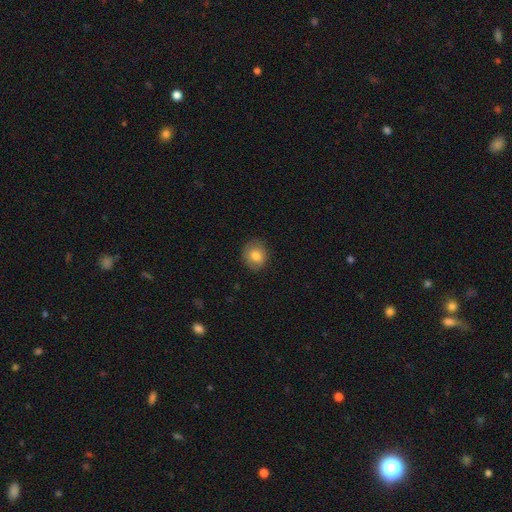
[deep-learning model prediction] A smooth galaxy with no disk features (81%) that is round (78%).

Vote fractions:
- Smooth or featured? smooth: 81% / featured or disk: 10% / star or artifact: 9%
- How rounded? round: 78% / in between: 21% / cigar-shaped: 1%
- Merging? none: 85% / minor disturbance: 12% / major disturbance: 3% / merger: 1%